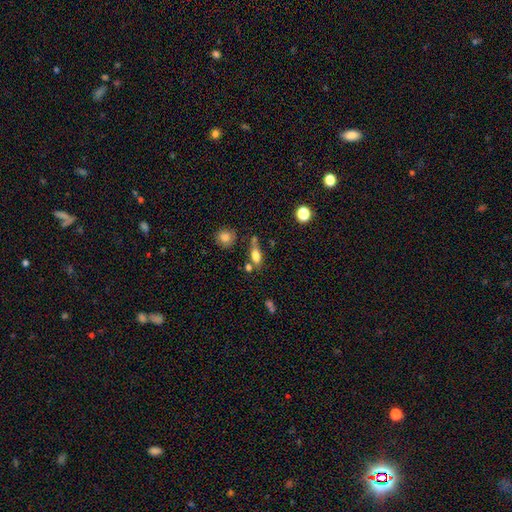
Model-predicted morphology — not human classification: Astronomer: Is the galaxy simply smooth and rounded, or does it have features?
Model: smooth — 72%.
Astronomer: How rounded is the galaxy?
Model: in between — 68%.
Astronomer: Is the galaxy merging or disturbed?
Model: none — 53%.